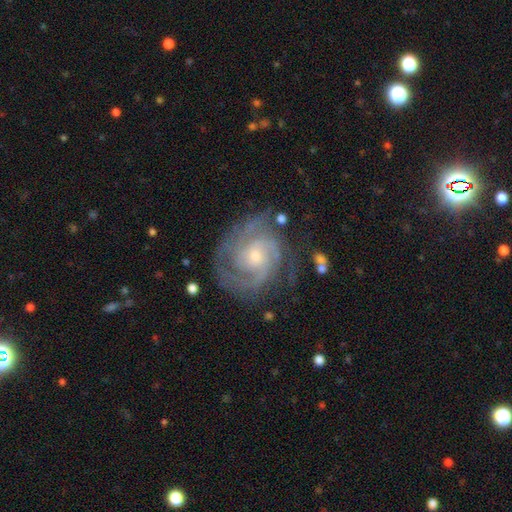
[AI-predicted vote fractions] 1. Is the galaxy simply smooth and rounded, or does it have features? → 88% featured or disk, 7% smooth, 5% star or artifact.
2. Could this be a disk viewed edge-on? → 98% no, 2% yes.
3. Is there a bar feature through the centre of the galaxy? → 69% no, 26% weak, 5% strong.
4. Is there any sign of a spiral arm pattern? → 97% yes, 3% no.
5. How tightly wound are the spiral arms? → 62% tight, 32% medium, 6% loose.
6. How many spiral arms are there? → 31% 3, 28% 2, 21% can't tell, 9% 4, 6% 1, 5% more than 4.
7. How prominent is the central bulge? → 58% small, 37% moderate, 3% large, 2% none, 1% dominant.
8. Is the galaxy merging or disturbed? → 69% none, 19% minor disturbance, 10% major disturbance, 2% merger.